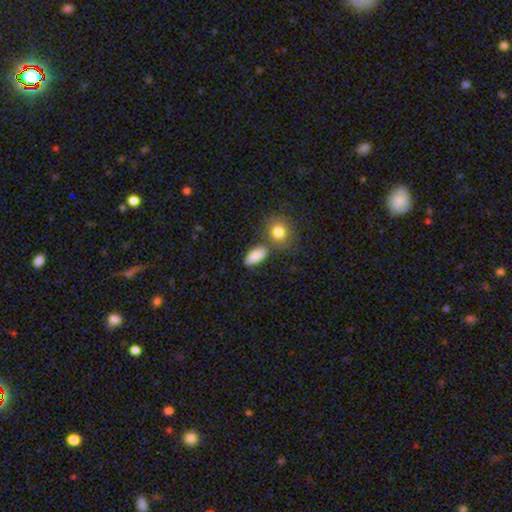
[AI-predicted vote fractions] smooth 86%, star or artifact 8%, featured or disk 6%. Down the decision tree: how rounded — in between (82%); merging — none (65%).